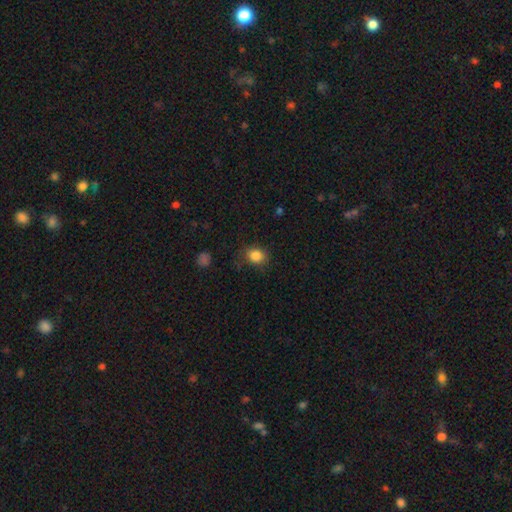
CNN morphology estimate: A smooth galaxy with no disk features (85%) that is round (63%). Merging: none (77%).